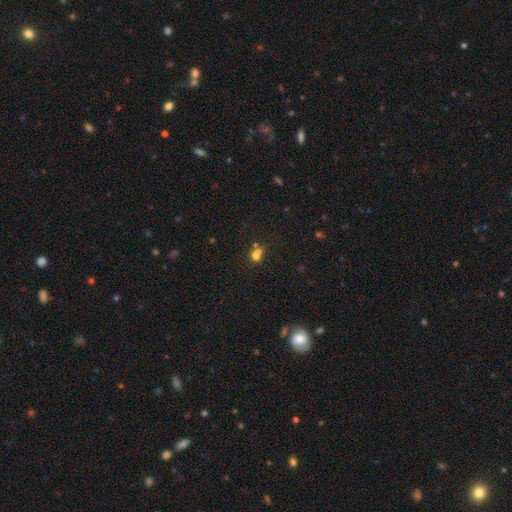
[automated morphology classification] The model was most divided on "merging": merger: 41%, none: 40%, minor disturbance: 13%, major disturbance: 7%. More confident: how rounded — round (72%); smooth or featured — smooth (69%).